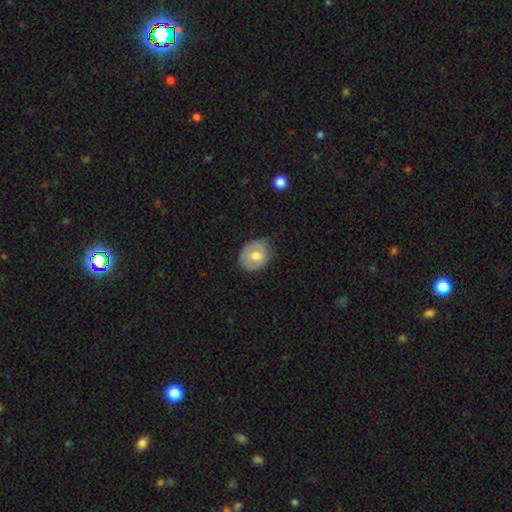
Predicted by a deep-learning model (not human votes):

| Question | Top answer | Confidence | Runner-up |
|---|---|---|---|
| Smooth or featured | smooth | 71% | featured or disk (22%) |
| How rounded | round | 54% | in between (45%) |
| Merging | none | 67% | minor disturbance (26%) |